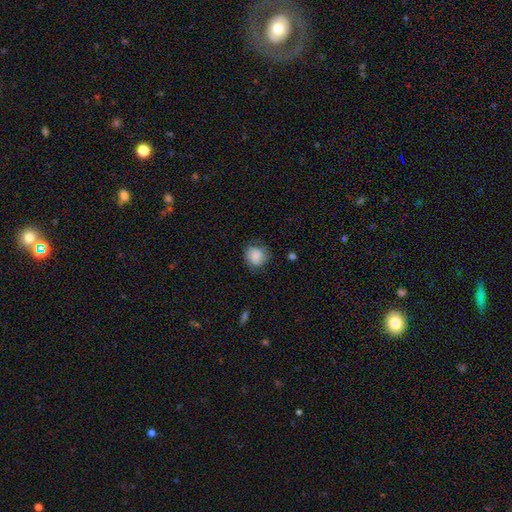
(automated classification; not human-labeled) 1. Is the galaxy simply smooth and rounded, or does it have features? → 76% smooth, 16% featured or disk, 8% star or artifact.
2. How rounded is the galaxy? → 81% round, 18% in between, 1% cigar-shaped.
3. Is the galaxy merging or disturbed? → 67% none, 23% minor disturbance, 9% major disturbance, 2% merger.